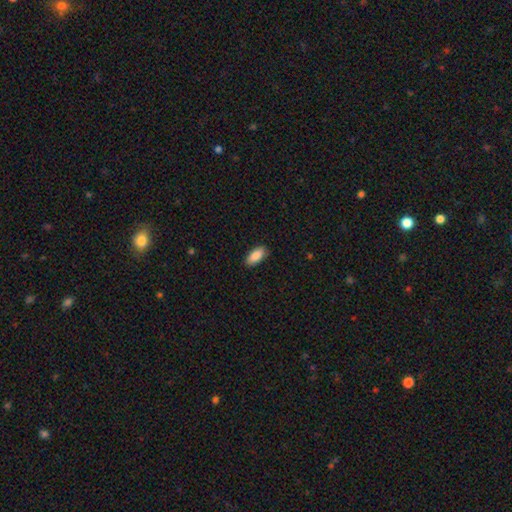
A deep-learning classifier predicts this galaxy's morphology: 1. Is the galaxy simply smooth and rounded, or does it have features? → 88% smooth, 6% star or artifact, 6% featured or disk.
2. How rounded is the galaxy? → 88% in between, 10% cigar-shaped, 2% round.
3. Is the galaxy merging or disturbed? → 88% none, 9% minor disturbance, 2% major disturbance, 1% merger.